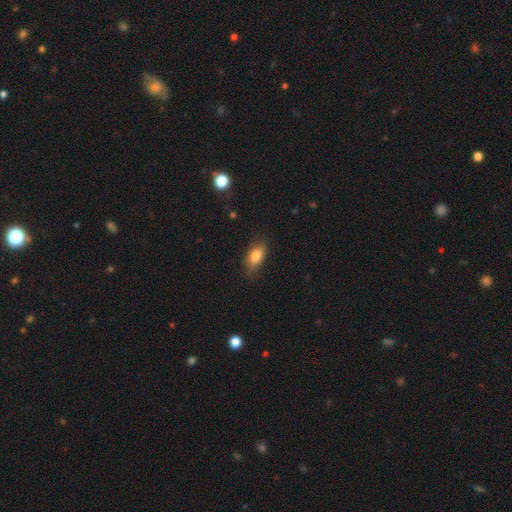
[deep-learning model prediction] A smooth galaxy with no disk features (81%) that is in between round and cigar-shaped (85%).

Vote fractions:
- Smooth or featured? smooth: 81% / featured or disk: 11% / star or artifact: 8%
- How rounded? in between: 85% / cigar-shaped: 9% / round: 6%
- Merging? none: 76% / minor disturbance: 18% / major disturbance: 5% / merger: 1%